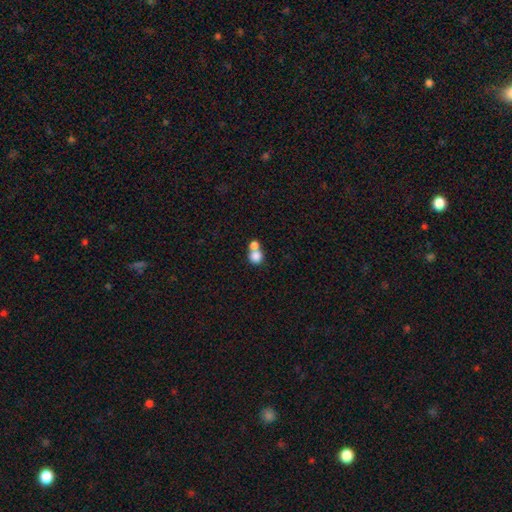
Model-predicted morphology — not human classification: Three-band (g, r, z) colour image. It shows a smooth galaxy with no disk features (82%) that is round (84%). Merging: merger (55%).